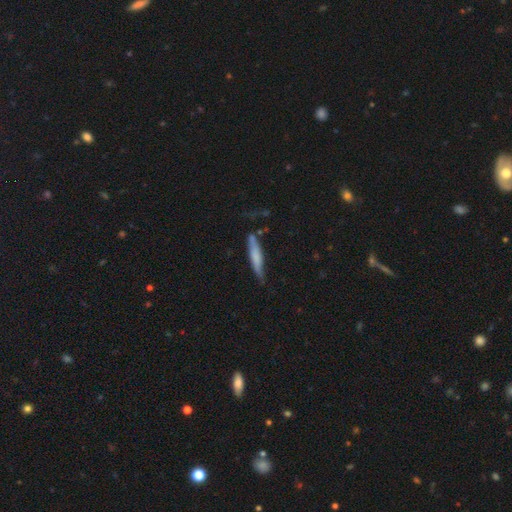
Morphology: type=smooth (69%); roundness=cigar-shaped (85%); merging=none (61%).